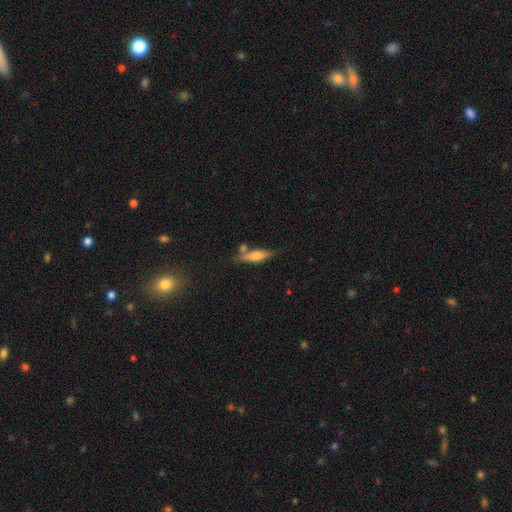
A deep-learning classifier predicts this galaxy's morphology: This is possibly a smooth galaxy (58%). How rounded: likely cigar-shaped (67%). Merging: likely none (62%).